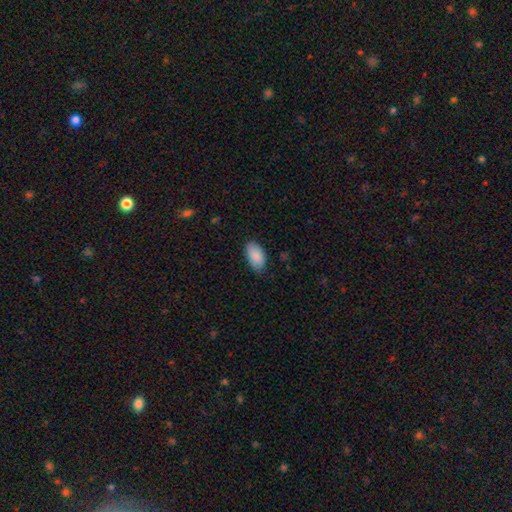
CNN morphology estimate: type=smooth (88%); roundness=in between (95%); merging=none (78%).